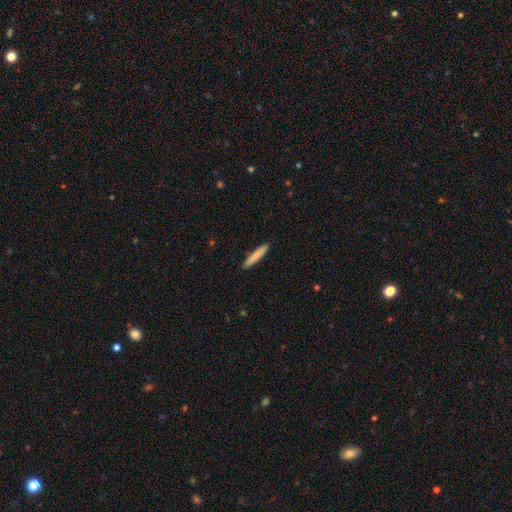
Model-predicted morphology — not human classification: Smooth or featured? smooth (81%)
How rounded? cigar-shaped (92%)
Merging? none (91%)